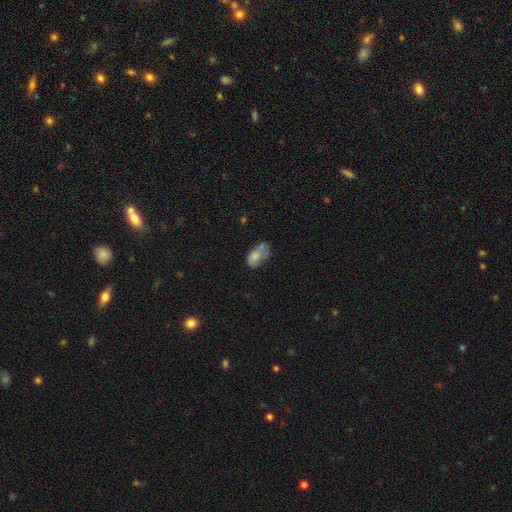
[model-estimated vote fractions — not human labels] A smooth galaxy with no disk features (69%) that is in between round and cigar-shaped (90%).

Vote fractions:
- Smooth or featured? smooth: 69% / featured or disk: 22% / star or artifact: 9%
- How rounded? in between: 90% / round: 7% / cigar-shaped: 2%
- Merging? minor disturbance: 35% / none: 34% / major disturbance: 22% / merger: 9%